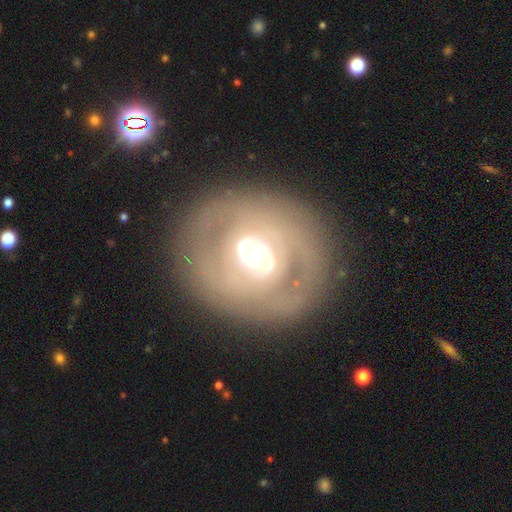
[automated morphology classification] The model was most divided on "spiral arms": yes: 59%, no: 41%. More confident: edge-on disk — no (95%); merging — none (80%); smooth or featured — featured or disk (74%); bulge size — moderate (66%); bar — no (64%).